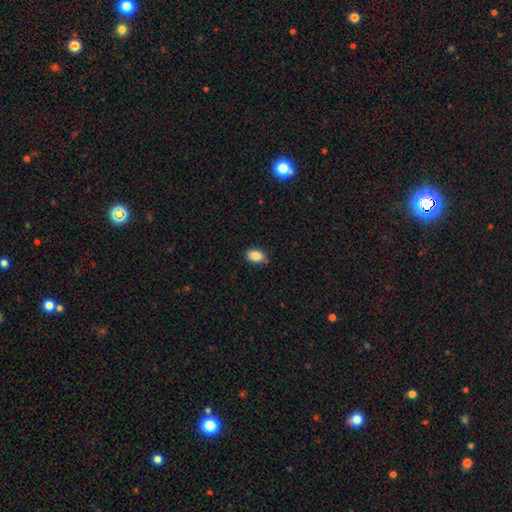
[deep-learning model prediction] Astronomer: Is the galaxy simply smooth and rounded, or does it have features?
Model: smooth — 87%.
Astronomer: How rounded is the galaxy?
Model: in between — 83%.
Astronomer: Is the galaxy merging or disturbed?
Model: none — 81%.